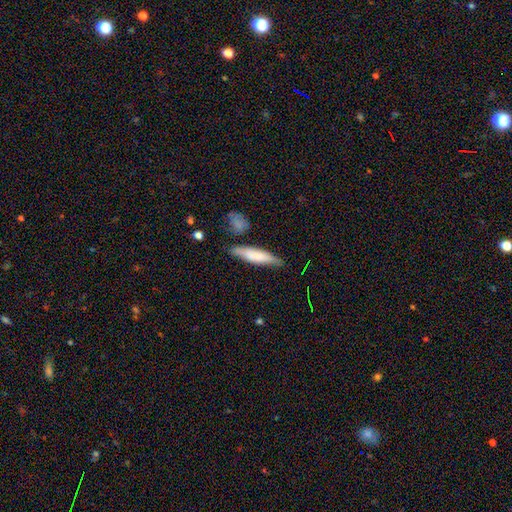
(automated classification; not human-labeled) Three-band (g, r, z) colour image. It shows a smooth galaxy with no disk features (67%) that is cigar-shaped (79%). Merging: none (71%).